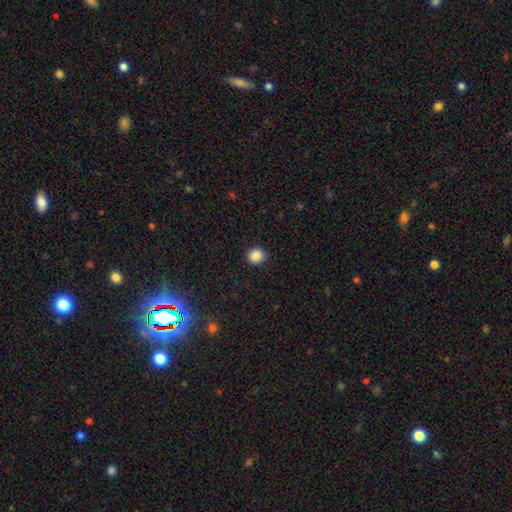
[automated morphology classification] Q: Smooth or featured?
A: smooth (87%); runner-up: star or artifact (10%)
Q: How rounded?
A: round (83%); runner-up: in between (16%)
Q: Merging?
A: none (90%); runner-up: minor disturbance (7%)